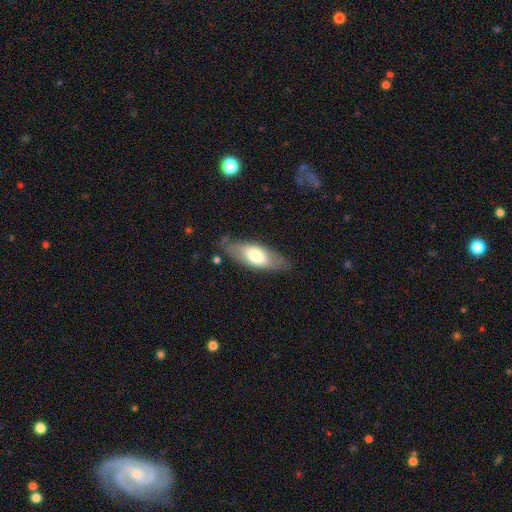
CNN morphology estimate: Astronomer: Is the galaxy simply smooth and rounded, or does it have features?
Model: smooth — 60%.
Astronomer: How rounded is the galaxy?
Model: in between — 77%.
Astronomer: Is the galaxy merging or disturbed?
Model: none — 77%.